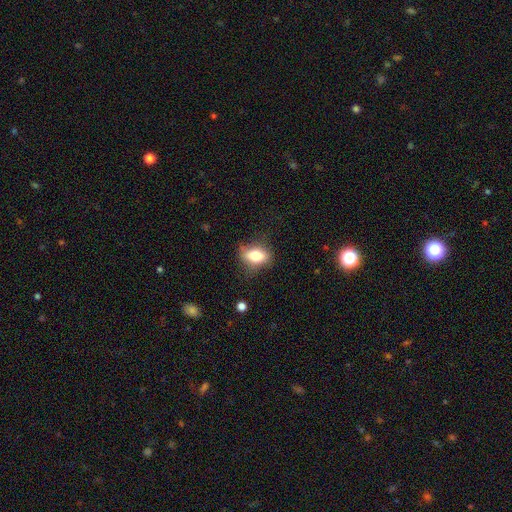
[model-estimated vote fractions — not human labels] Overall: smooth (74%). How rounded: in between (77%). Merging: none (70%).